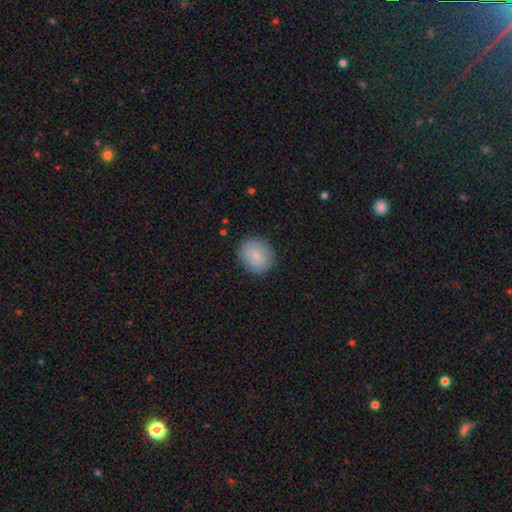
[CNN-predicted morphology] A smooth galaxy with no disk features (86%) that is round (77%).

Vote fractions:
- Smooth or featured? smooth: 86% / star or artifact: 8% / featured or disk: 7%
- How rounded? round: 77% / in between: 22% / cigar-shaped: 1%
- Merging? none: 87% / minor disturbance: 9% / major disturbance: 3% / merger: 1%